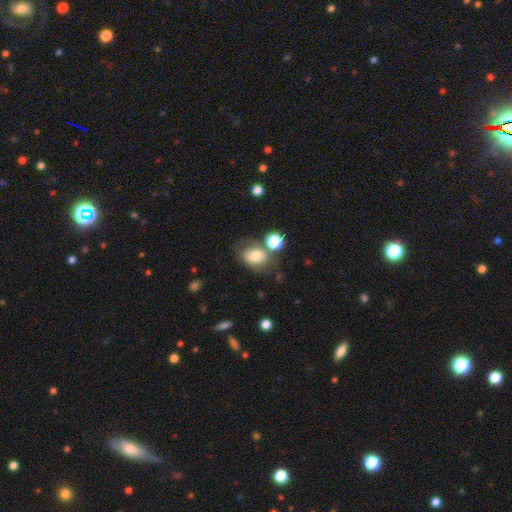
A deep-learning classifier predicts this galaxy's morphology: A smooth galaxy with no disk features (69%) that is in between round and cigar-shaped (61%). Merging: none (54%).